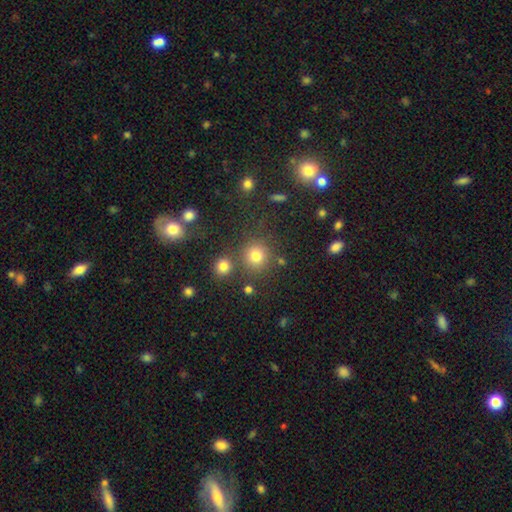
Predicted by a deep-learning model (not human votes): Smooth or featured: smooth — 75% (star or artifact — 18%)
How rounded: round — 91% (in between — 8%)
Merging: none — 78% (merger — 10%)